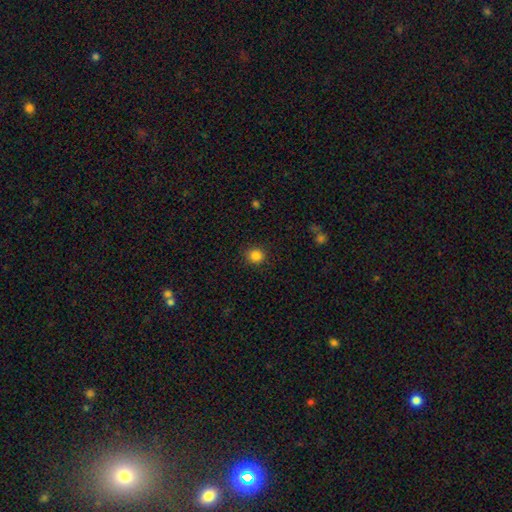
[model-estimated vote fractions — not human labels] smooth 85%, star or artifact 11%, featured or disk 4%. Down the decision tree: how rounded — round (87%); merging — none (90%).